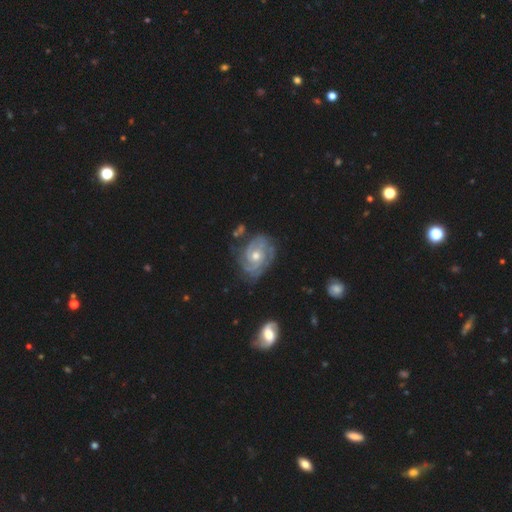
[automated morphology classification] This appears to be a featured or disk galaxy (90%) with no bar (71%), 2 (33%) tight (70%) spiral arms (97%) and a moderate central bulge (70%). Merging: none (69%).